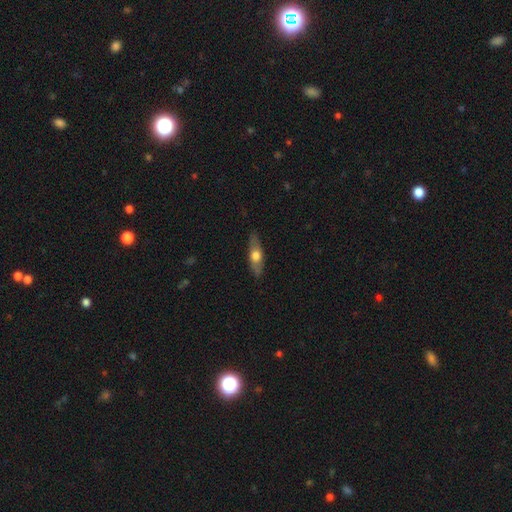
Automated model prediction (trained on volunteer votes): This is possibly a smooth galaxy (52%). How rounded: possibly in between (50%). Merging: clearly none (85%).